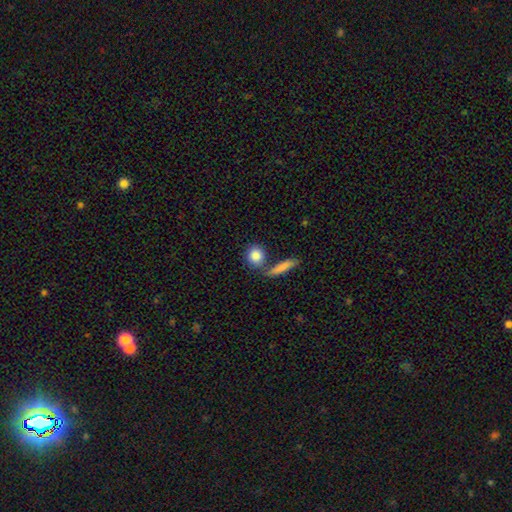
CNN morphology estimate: The model was most divided on "merging": none: 63%, merger: 21%, minor disturbance: 11%, major disturbance: 5%. More confident: smooth or featured — smooth (85%); how rounded — round (72%).